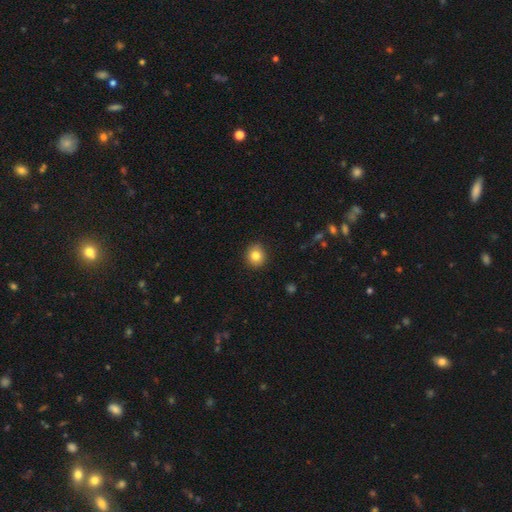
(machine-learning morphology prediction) A smooth galaxy with no disk features (82%) that is round (84%).

Vote fractions:
- Smooth or featured? smooth: 82% / star or artifact: 10% / featured or disk: 8%
- How rounded? round: 84% / in between: 15% / cigar-shaped: 1%
- Merging? none: 90% / minor disturbance: 7% / major disturbance: 2% / merger: 1%